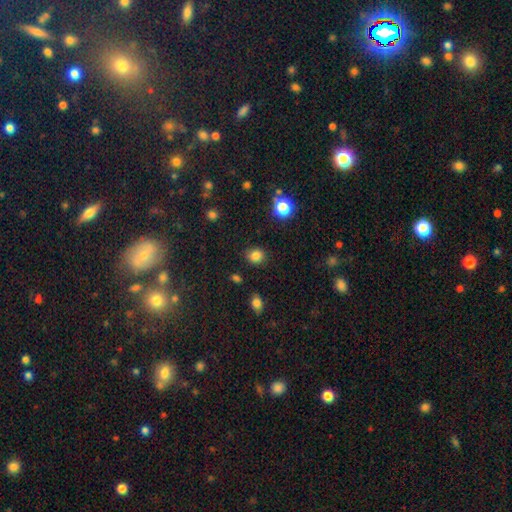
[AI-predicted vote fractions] This appears to be a smooth galaxy with no disk features (83%) that is round (71%). Merging: none (86%).